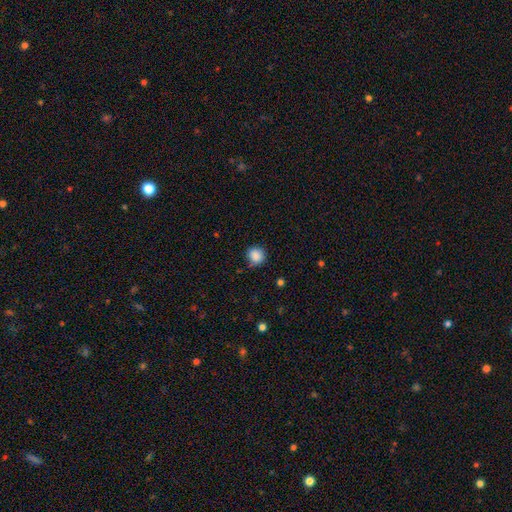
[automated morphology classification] The model was most divided on "merging": none: 81%, minor disturbance: 14%, major disturbance: 3%, merger: 2%. More confident: how rounded — round (88%); smooth or featured — smooth (88%).